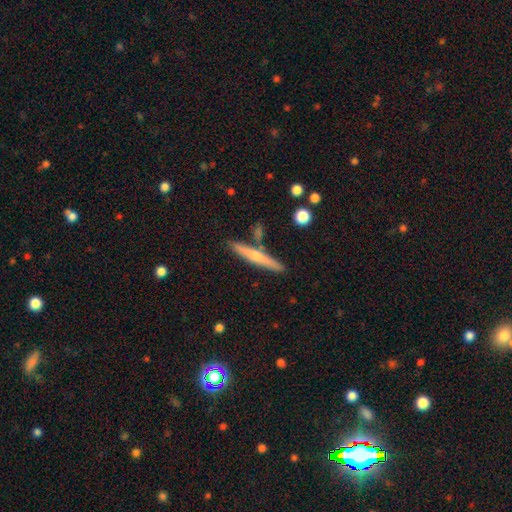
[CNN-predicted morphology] Smooth or featured?
  - smooth: 49% *
  - featured or disk: 45%
  - star or artifact: 6%
Merging?
  - none: 81% *
  - minor disturbance: 10%
  - merger: 7%
  - major disturbance: 2%